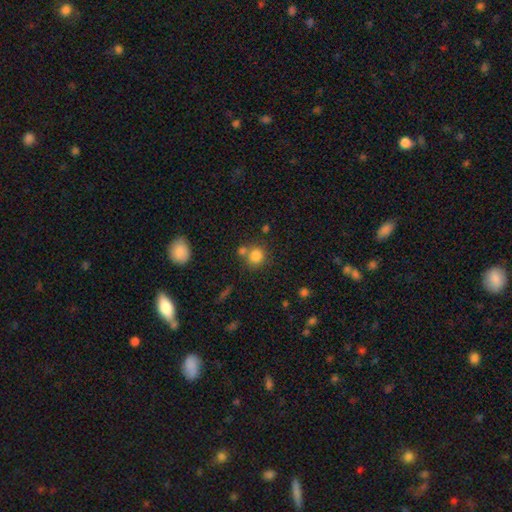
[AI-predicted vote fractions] Smooth or featured? Predicted: smooth (p=0.82). How rounded? Predicted: round (p=0.82). Merging? Predicted: none (p=0.61).